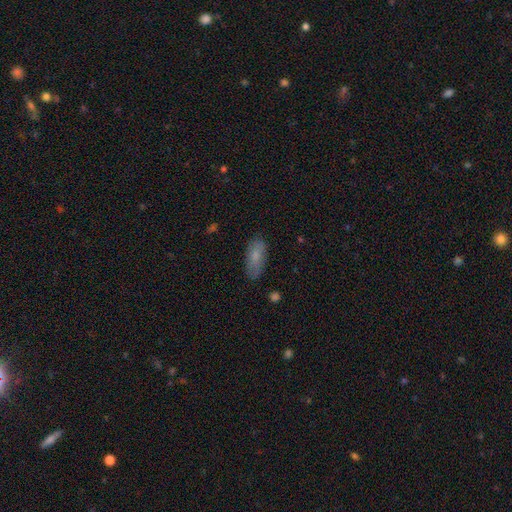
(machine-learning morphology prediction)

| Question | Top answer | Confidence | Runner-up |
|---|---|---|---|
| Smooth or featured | smooth | 76% | featured or disk (17%) |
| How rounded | in between | 82% | cigar-shaped (15%) |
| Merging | none | 76% | minor disturbance (19%) |